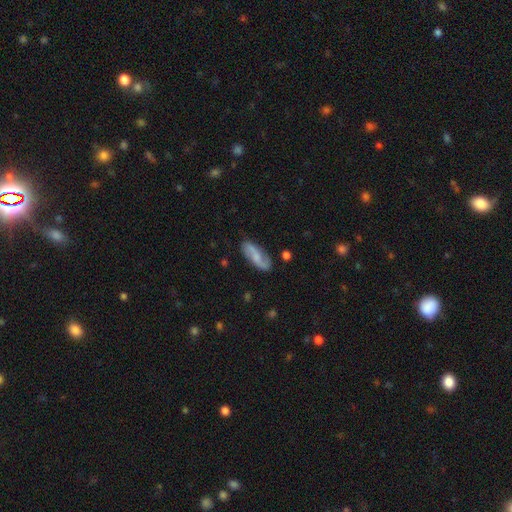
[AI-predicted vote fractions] A featured or disk galaxy (61%) with no bar (44%), 2 (89%) loose (59%) spiral arms (92%) and a small central bulge (44%). Merging: none (77%).